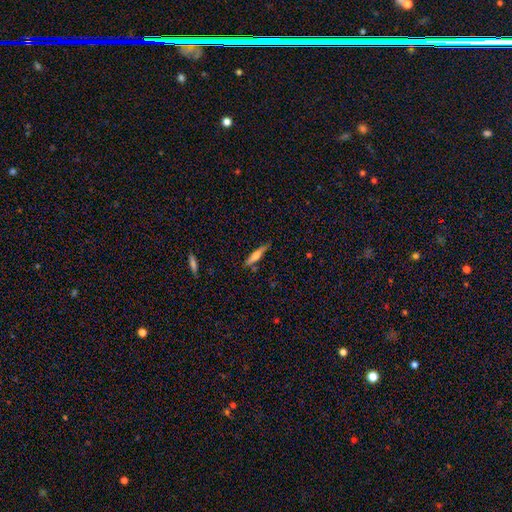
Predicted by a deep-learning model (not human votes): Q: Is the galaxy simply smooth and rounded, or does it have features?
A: smooth — 56%.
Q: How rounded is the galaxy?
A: cigar-shaped — 86%.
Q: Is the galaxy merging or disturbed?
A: none — 80%.